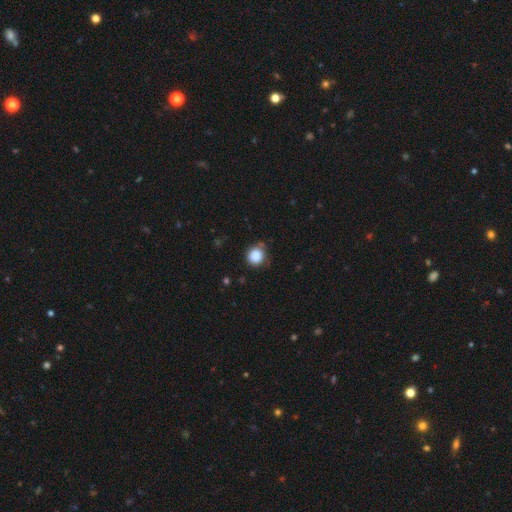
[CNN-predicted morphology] Smooth or featured? Predicted: smooth (p=0.87). How rounded? Predicted: round (p=0.87). Merging? Predicted: none (p=0.71).